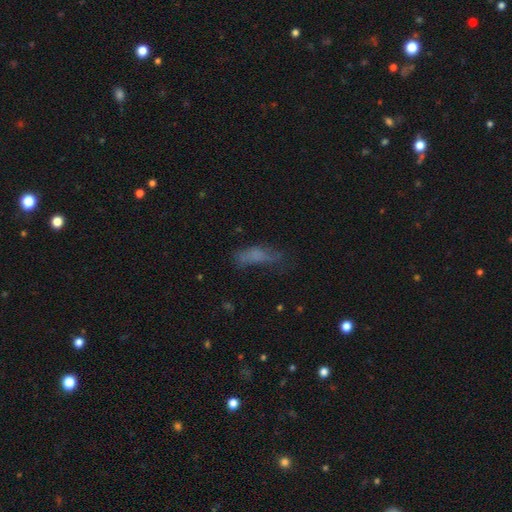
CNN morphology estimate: Smooth or featured: smooth — 63% (featured or disk — 22%)
How rounded: in between — 49% (cigar-shaped — 48%)
Merging: none — 45% (minor disturbance — 29%)